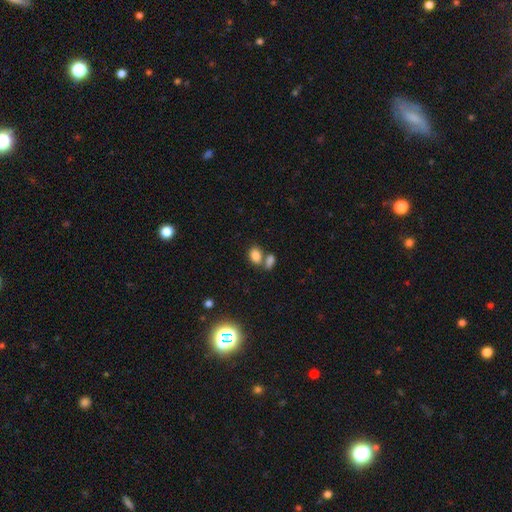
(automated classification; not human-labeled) Overall: smooth (83%). How rounded: in between (82%). Merging: none (45%; merger 42%).